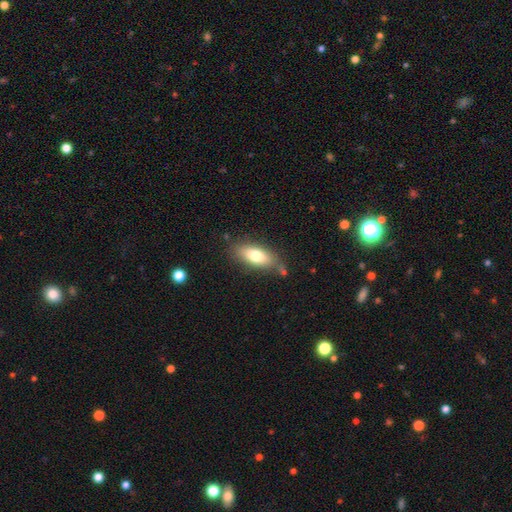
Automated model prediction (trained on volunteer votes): The model was most divided on "merging": none: 71%, minor disturbance: 18%, merger: 6%, major disturbance: 5%. More confident: how rounded — in between (82%); smooth or featured — smooth (75%).